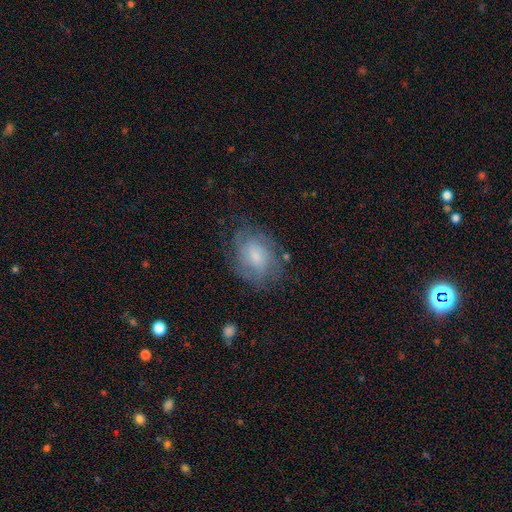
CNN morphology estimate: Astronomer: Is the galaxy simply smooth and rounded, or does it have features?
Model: featured or disk — 52% (runner-up: smooth, 39%).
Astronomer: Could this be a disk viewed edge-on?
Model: no — 96%.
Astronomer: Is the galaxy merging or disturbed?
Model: none — 64%.